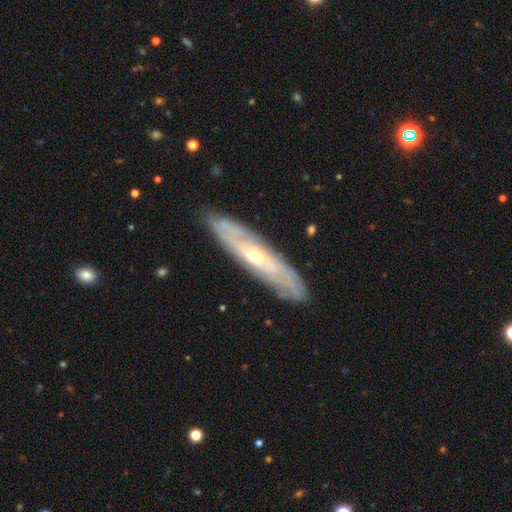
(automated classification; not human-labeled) The model was most divided on "edge-on disk": no: 56%, yes: 44%. More confident: merging — none (86%); smooth or featured — featured or disk (76%).